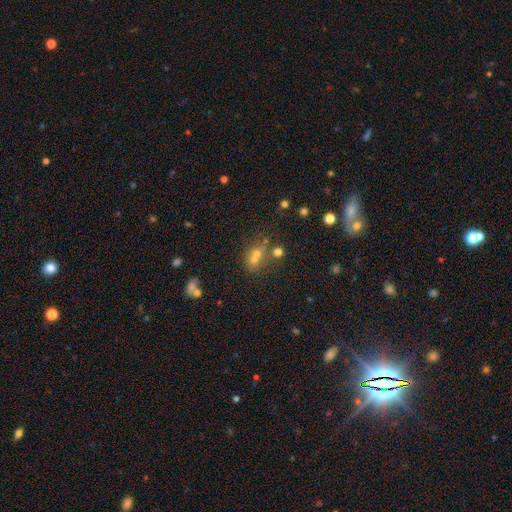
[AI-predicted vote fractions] Smooth or featured: smooth — 49% (star or artifact — 32%)
Merging: none — 44% (merger — 40%)